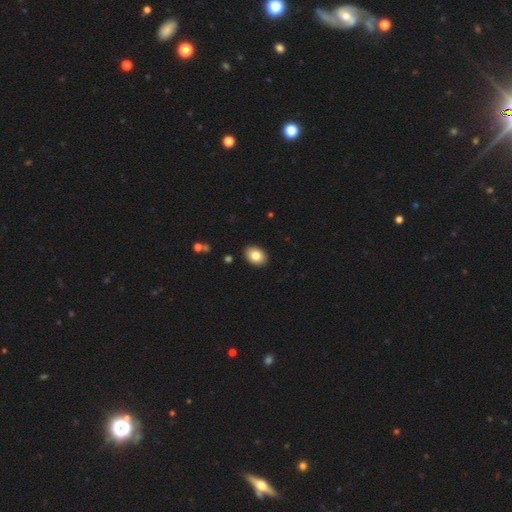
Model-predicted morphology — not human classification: Q: Smooth or featured?
A: smooth (82%); runner-up: featured or disk (10%)
Q: How rounded?
A: in between (80%); runner-up: round (19%)
Q: Merging?
A: none (90%); runner-up: minor disturbance (7%)